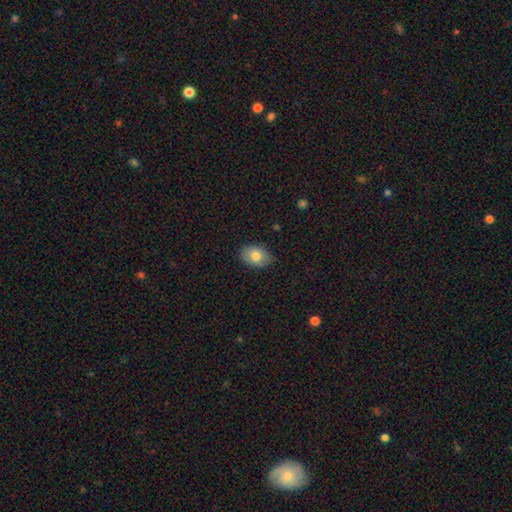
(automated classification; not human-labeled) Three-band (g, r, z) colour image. It shows a smooth galaxy with no disk features (80%) that is in between round and cigar-shaped (83%). Merging: none (84%).